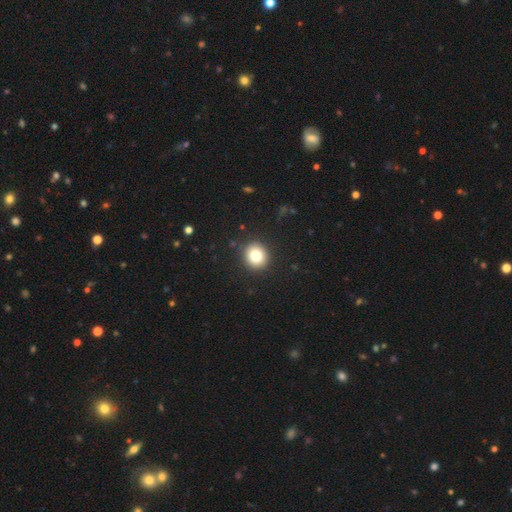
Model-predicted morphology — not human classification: smooth_or_featured: smooth (p=0.80) [alt: star or artifact p=0.10]
how_rounded: round (p=0.86) [alt: in between p=0.13]
merging: none (p=0.92) [alt: minor disturbance p=0.05]